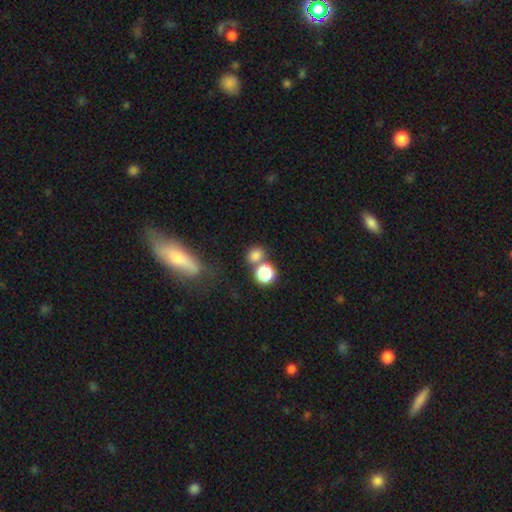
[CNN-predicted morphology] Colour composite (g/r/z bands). It shows a smooth galaxy with no disk features (78%) that is round (61%). Merging: none (54%).